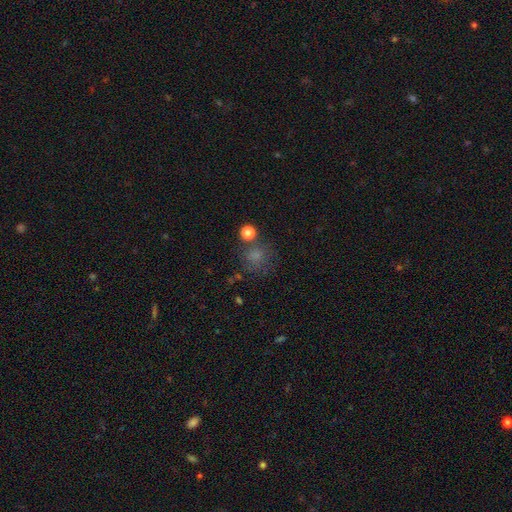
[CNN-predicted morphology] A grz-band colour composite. It shows a smooth galaxy with no disk features (74%) that is round (88%). Merging: none (68%).